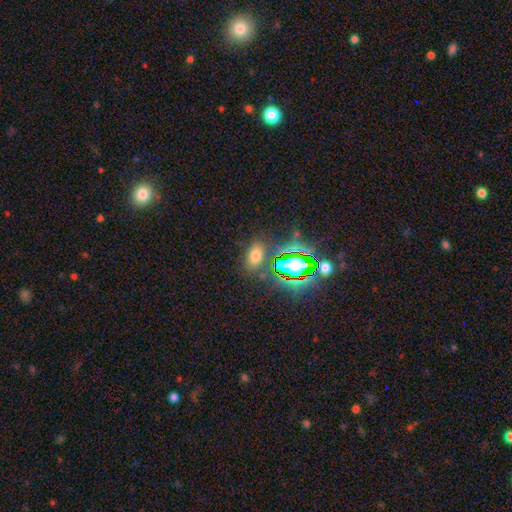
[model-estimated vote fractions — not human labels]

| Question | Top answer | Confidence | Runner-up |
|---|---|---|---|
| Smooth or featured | smooth | 60% | star or artifact (31%) |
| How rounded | in between | 85% | round (12%) |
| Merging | none | 78% | minor disturbance (12%) |